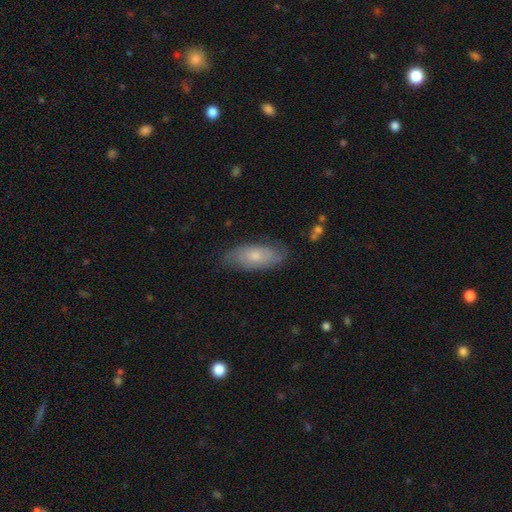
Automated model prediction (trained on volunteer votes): Smooth or featured?
  - smooth: 51% *
  - featured or disk: 42%
  - star or artifact: 7%
How rounded?
  - in between: 80% *
  - cigar-shaped: 18%
  - round: 3%
Merging?
  - none: 74% *
  - minor disturbance: 20%
  - major disturbance: 5%
  - merger: 1%